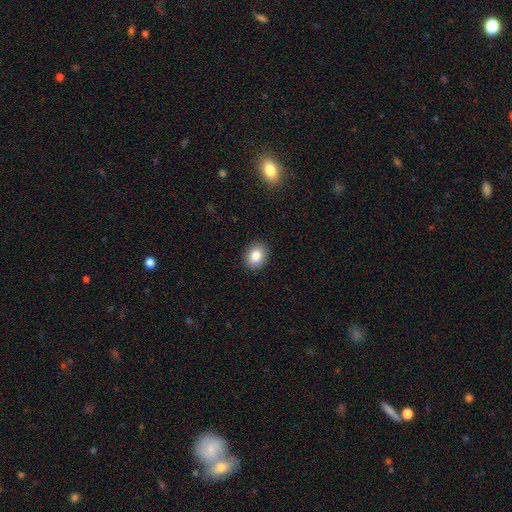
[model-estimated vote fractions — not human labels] Morphology: type=smooth (83%); roundness=round (52%); merging=none (90%).